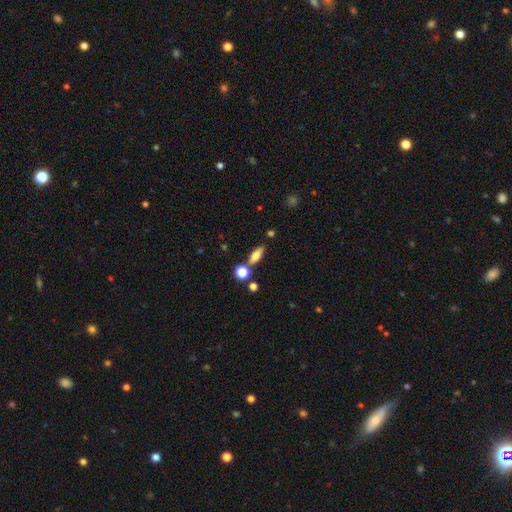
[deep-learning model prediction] smooth 62%, featured or disk 28%, star or artifact 10%. Down the decision tree: how rounded — in between (62%); merging — none (71%).